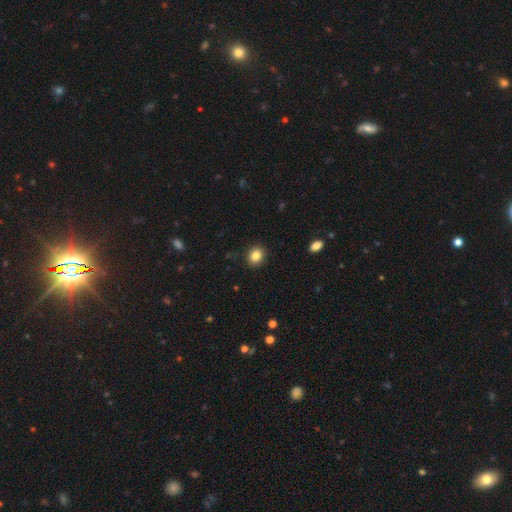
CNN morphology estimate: Smooth or featured? Predicted: smooth (p=0.85). How rounded? Predicted: round (p=0.60). Merging? Predicted: none (p=0.90).